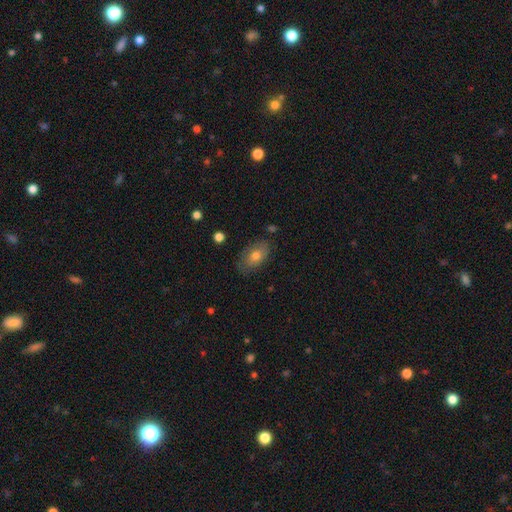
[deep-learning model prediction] Q: Smooth or featured?
A: smooth (71%); runner-up: featured or disk (21%)
Q: How rounded?
A: in between (90%); runner-up: round (7%)
Q: Merging?
A: none (78%); runner-up: minor disturbance (17%)